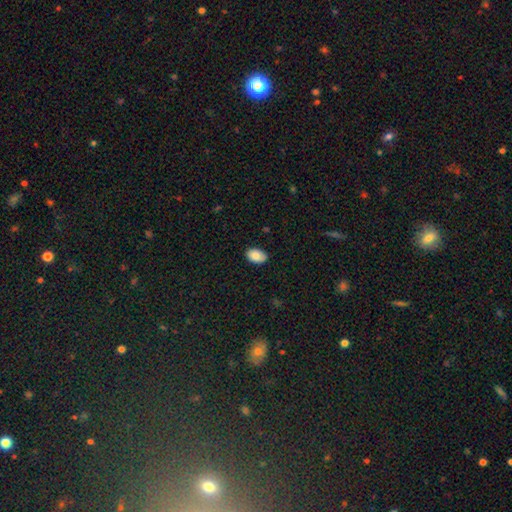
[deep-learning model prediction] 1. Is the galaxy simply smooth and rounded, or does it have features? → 87% smooth, 7% star or artifact, 6% featured or disk.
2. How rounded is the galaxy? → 89% in between, 10% round, 1% cigar-shaped.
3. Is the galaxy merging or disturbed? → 83% none, 14% minor disturbance, 2% major disturbance, 1% merger.